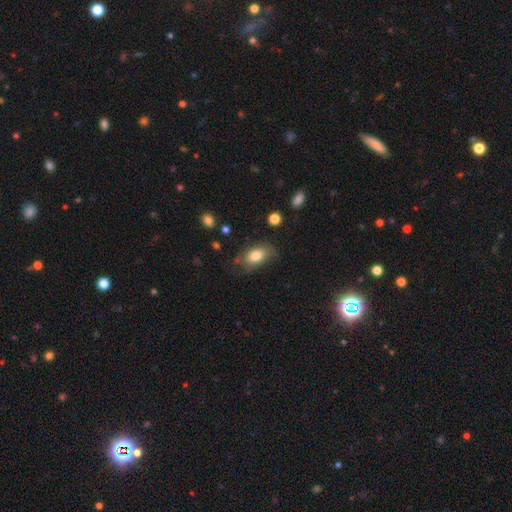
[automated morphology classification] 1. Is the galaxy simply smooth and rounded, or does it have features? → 76% smooth, 17% featured or disk, 8% star or artifact.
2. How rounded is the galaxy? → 89% in between, 8% round, 3% cigar-shaped.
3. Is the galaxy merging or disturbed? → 64% none, 25% minor disturbance, 9% major disturbance, 2% merger.